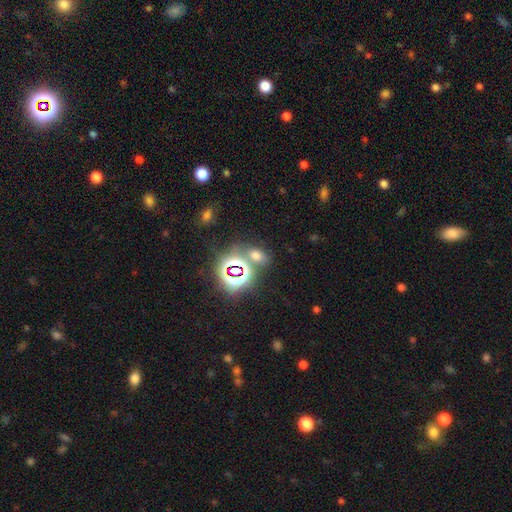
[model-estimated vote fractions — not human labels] A smooth galaxy with no disk features (51%) that is in between round and cigar-shaped (74%). Merging: none (69%).